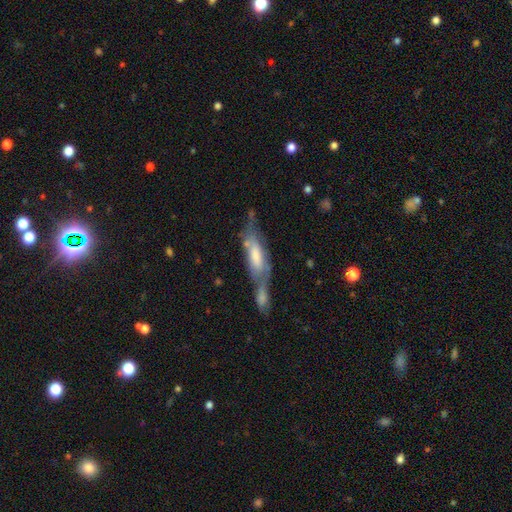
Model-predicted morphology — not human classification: A smooth galaxy with no disk features (55%) that is in between round and cigar-shaped (52%). Merging: merger (50%).